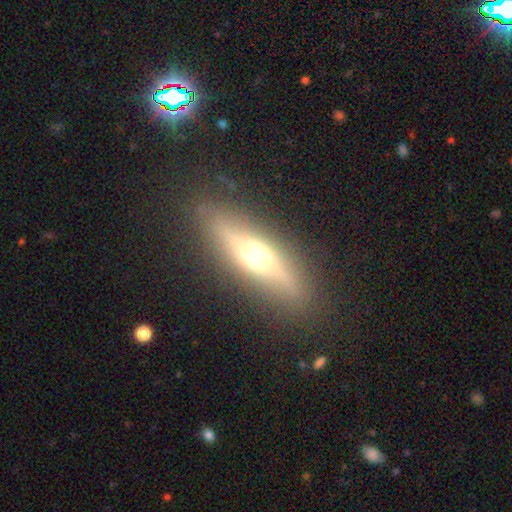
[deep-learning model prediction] Smooth or featured: featured or disk — 62% (smooth — 30%)
Edge-on disk: yes — 79% (no — 21%)
Merging: none — 86% (minor disturbance — 10%)